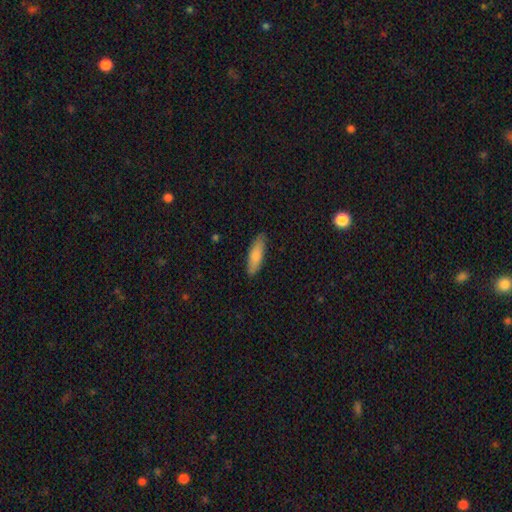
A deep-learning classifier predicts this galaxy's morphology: This is likely a smooth galaxy (80%). How rounded: possibly cigar-shaped (52%). Merging: clearly none (86%).